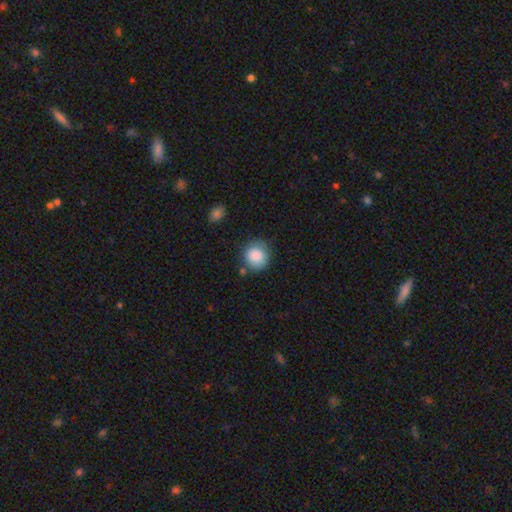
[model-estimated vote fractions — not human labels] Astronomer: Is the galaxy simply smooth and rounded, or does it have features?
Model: smooth — 87%.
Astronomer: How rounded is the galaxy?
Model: round — 88%.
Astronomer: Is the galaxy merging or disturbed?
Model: none — 74%.